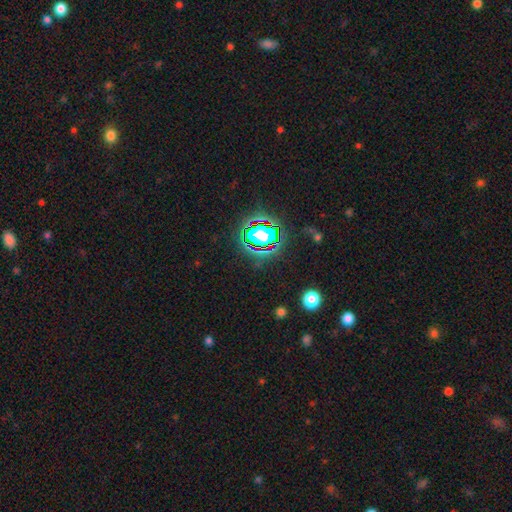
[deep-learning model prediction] Smooth or featured? Predicted: star or artifact (p=0.81).